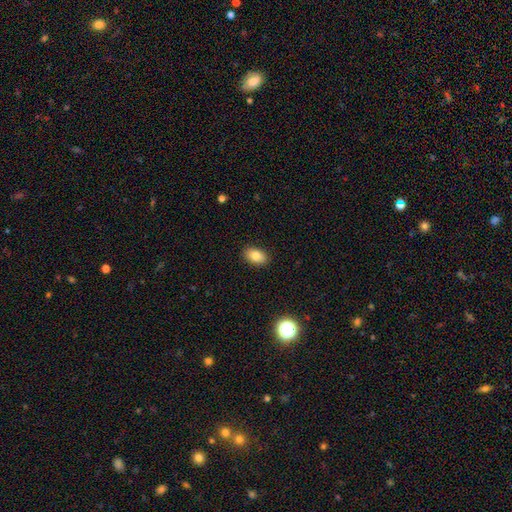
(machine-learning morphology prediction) A smooth galaxy with no disk features (84%) that is in between round and cigar-shaped (89%). Merging: none (89%).